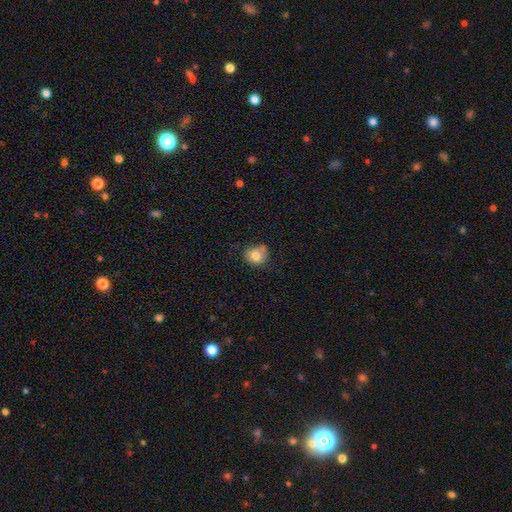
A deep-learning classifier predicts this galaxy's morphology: This appears to be a smooth galaxy with no disk features (81%) that is round (72%). Merging: none (60%).